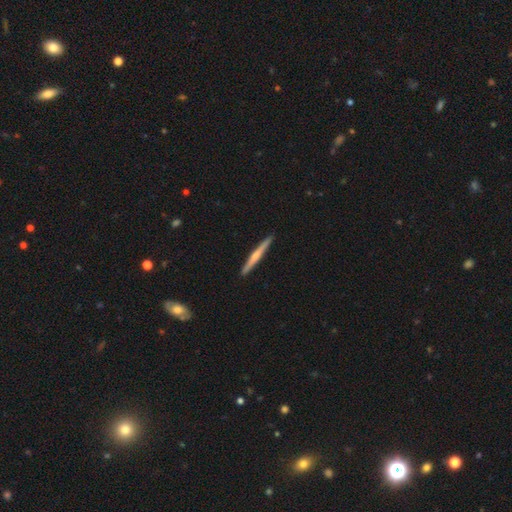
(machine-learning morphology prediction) Smooth or featured? Predicted: featured or disk (p=0.54). Edge-on disk? Predicted: yes (p=0.98). Edge-on bulge? Predicted: rounded (p=0.57). Merging? Predicted: none (p=0.92).